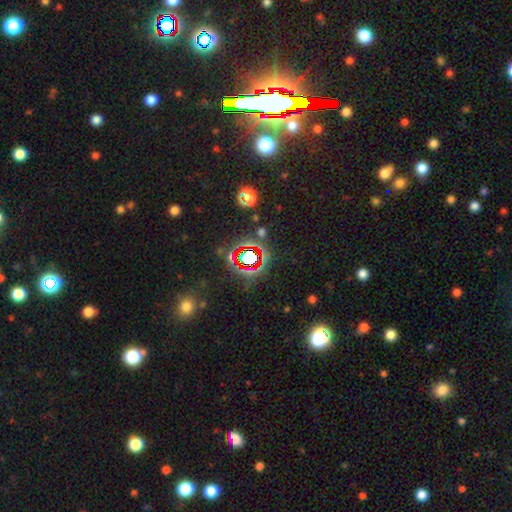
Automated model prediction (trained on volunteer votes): Smooth or featured: star or artifact — 71% (smooth — 17%)